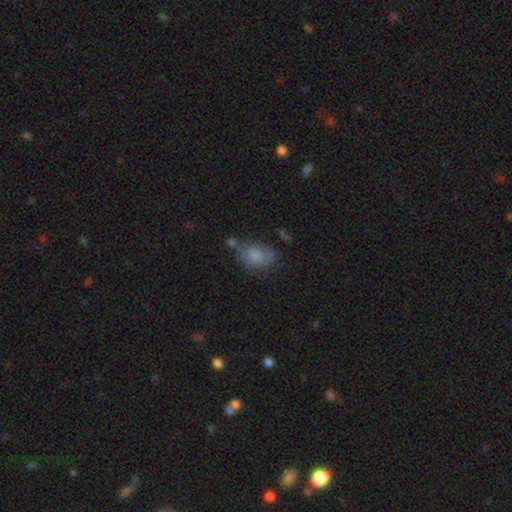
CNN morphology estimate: Smooth or featured: smooth — 72% (featured or disk — 18%)
How rounded: in between — 81% (round — 18%)
Merging: none — 46% (minor disturbance — 27%)